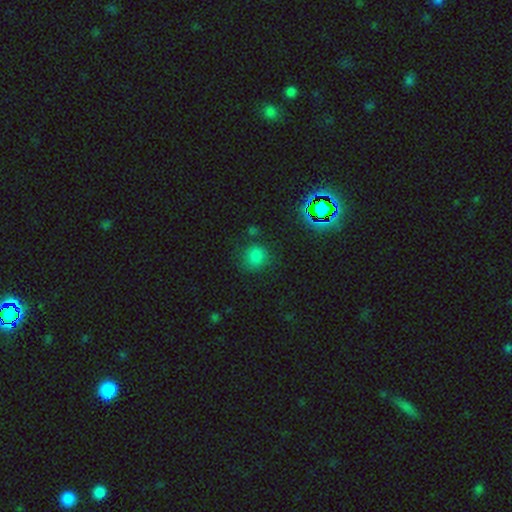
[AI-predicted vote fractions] Smooth or featured: smooth — 73% (star or artifact — 21%)
How rounded: round — 82% (in between — 17%)
Merging: none — 74% (minor disturbance — 16%)